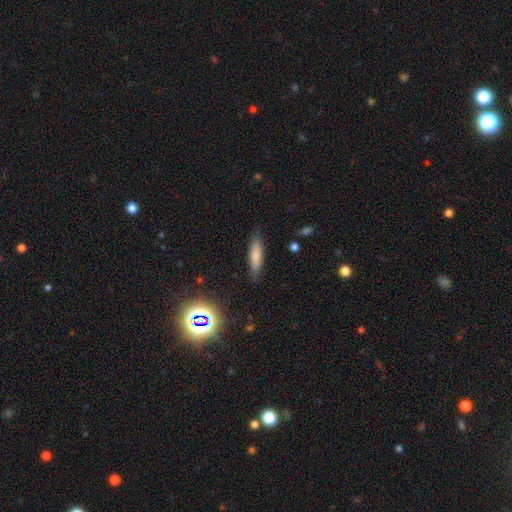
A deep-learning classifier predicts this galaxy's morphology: Overall: smooth (77%). How rounded: cigar-shaped (69%; in between 29%). Merging: none (82%).